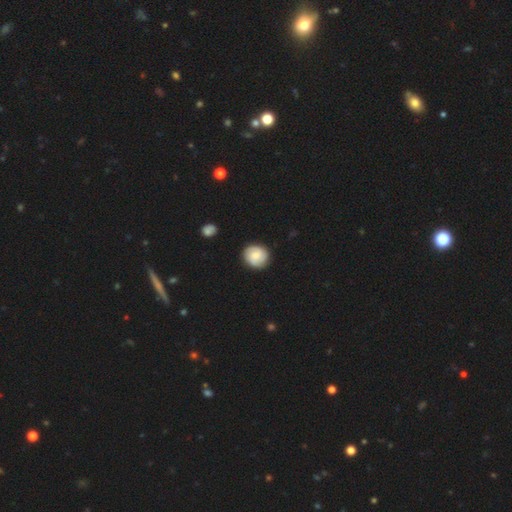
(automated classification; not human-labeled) A featured or disk galaxy (56%) with no bar (54%), 2 (54%) tight (53%) spiral arms (93%) and a moderate central bulge (39%). Merging: none (86%).